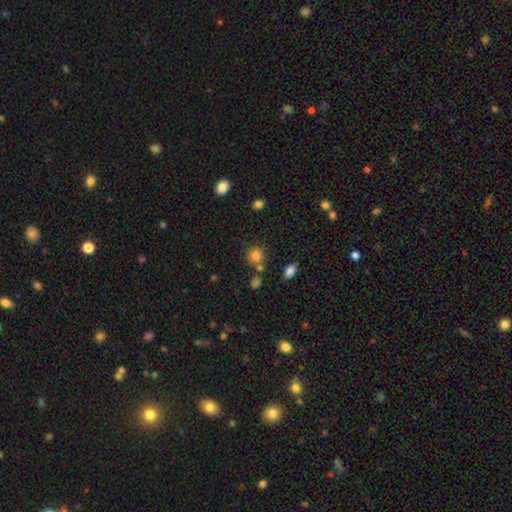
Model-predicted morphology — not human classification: The model was most divided on "merging": none: 64%, merger: 17%, minor disturbance: 13%, major disturbance: 5%. More confident: how rounded — round (82%); smooth or featured — smooth (81%).